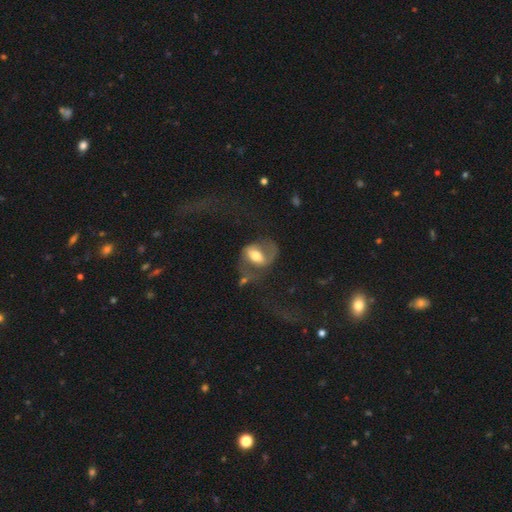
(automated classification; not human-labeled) A featured or disk galaxy (60%) with a weak bar (40%), spiral arms (70%) and a moderate central bulge (60%).

Vote fractions:
- Smooth or featured? featured or disk: 60% / smooth: 33% / star or artifact: 8%
- Edge-on disk? no: 95% / yes: 5%
- Bar? weak: 40% / no: 32% / strong: 28%
- Spiral arms? yes: 70% / no: 30%
- Bulge size? moderate: 60% / large: 25% / small: 11% / dominant: 3% / none: 2%
- Merging? major disturbance: 38% / none: 36% / minor disturbance: 19% / merger: 6%